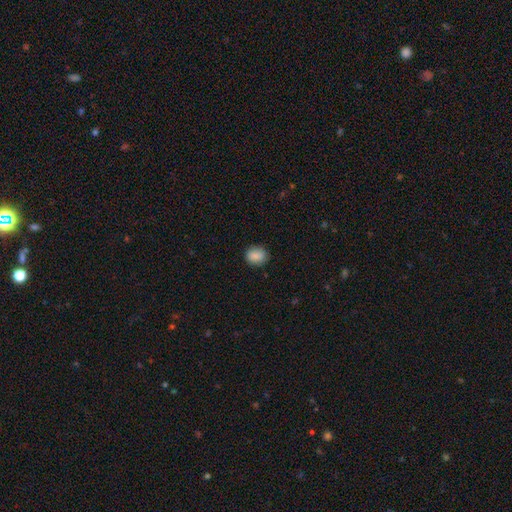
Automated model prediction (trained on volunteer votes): Smooth or featured? Predicted: smooth (p=0.88). How rounded? Predicted: round (p=0.51). Merging? Predicted: none (p=0.85).